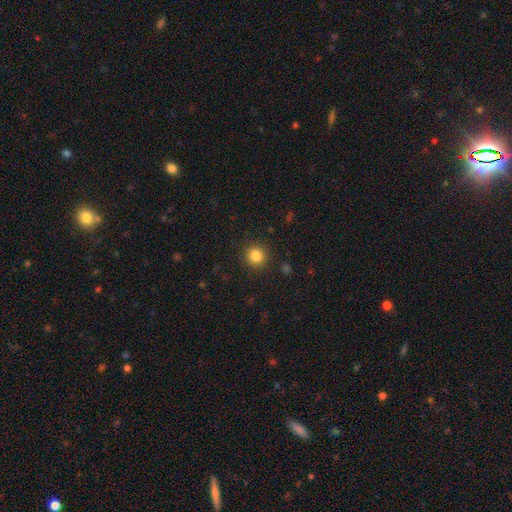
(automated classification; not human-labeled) Morphology: type=smooth (84%); roundness=round (92%); merging=none (92%).